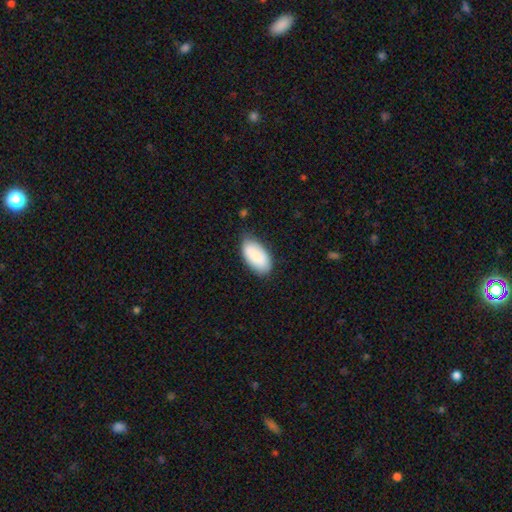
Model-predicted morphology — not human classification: A smooth galaxy with no disk features (86%) that is in between round and cigar-shaped (95%).

Vote fractions:
- Smooth or featured? smooth: 86% / featured or disk: 8% / star or artifact: 6%
- How rounded? in between: 95% / cigar-shaped: 3% / round: 2%
- Merging? none: 73% / minor disturbance: 22% / major disturbance: 4% / merger: 2%